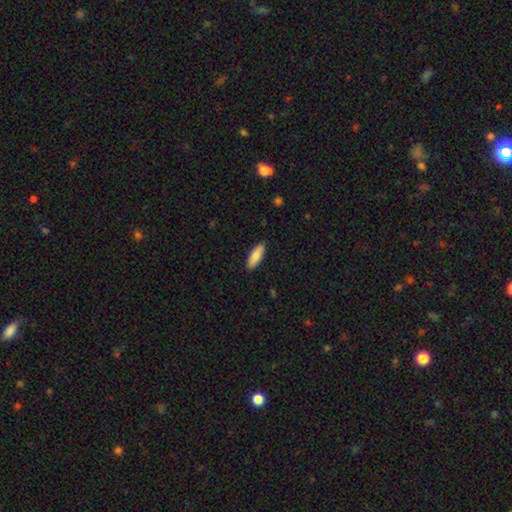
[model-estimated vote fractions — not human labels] This appears to be a smooth galaxy with no disk features (85%) that is in between round and cigar-shaped (67%). Merging: none (89%).